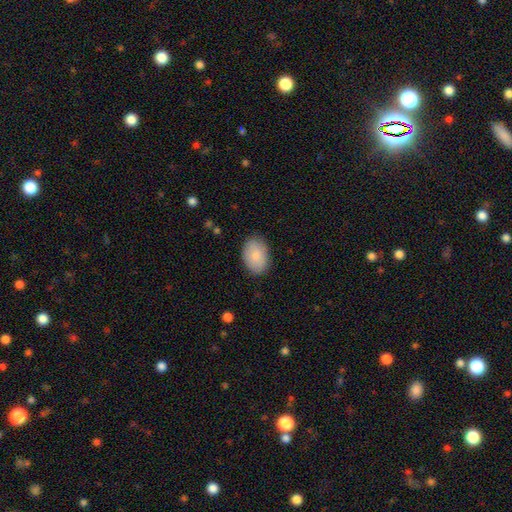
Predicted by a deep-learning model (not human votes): smooth_or_featured: smooth (p=0.84) [alt: featured or disk p=0.10]
how_rounded: in between (p=0.86) [alt: round p=0.13]
merging: none (p=0.85) [alt: minor disturbance p=0.12]